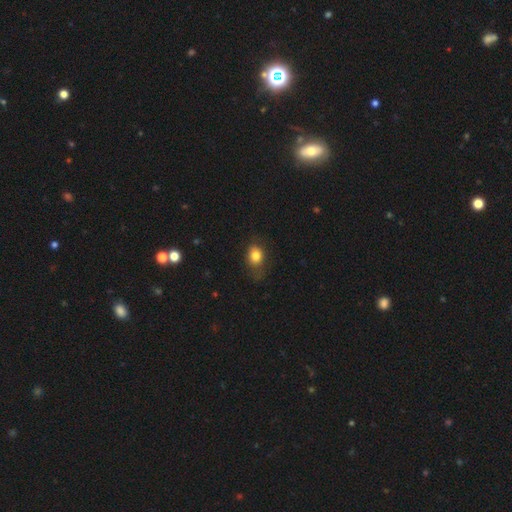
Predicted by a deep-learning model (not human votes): smooth_or_featured: smooth (p=0.81) [alt: star or artifact p=0.10]
how_rounded: in between (p=0.59) [alt: round p=0.40]
merging: none (p=0.57) [alt: minor disturbance p=0.28]